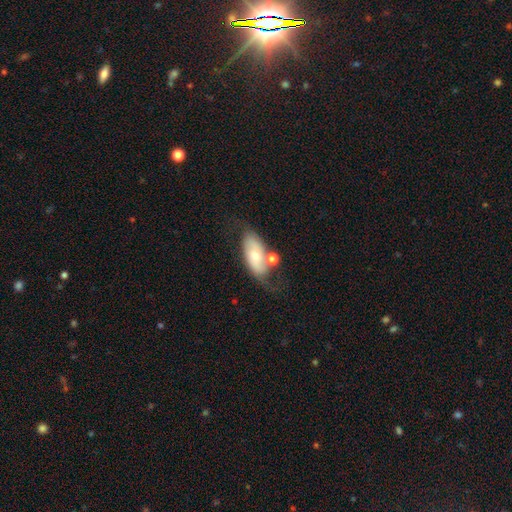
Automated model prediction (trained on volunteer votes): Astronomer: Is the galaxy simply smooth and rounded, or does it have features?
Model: smooth — 49% (runner-up: featured or disk, 44%).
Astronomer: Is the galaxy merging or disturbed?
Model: none — 47%.